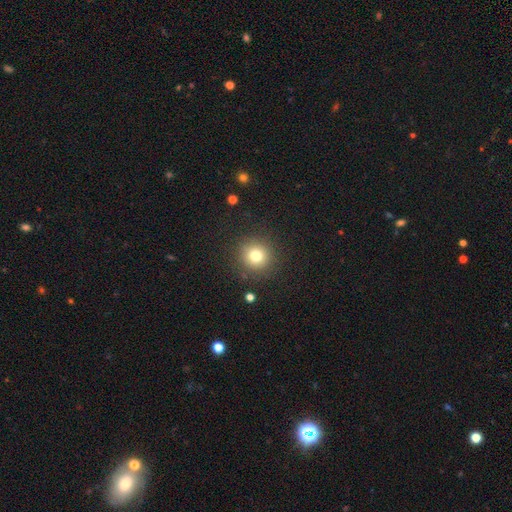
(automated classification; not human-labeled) Smooth or featured? Predicted: smooth (p=0.77). How rounded? Predicted: round (p=0.93). Merging? Predicted: none (p=0.89).